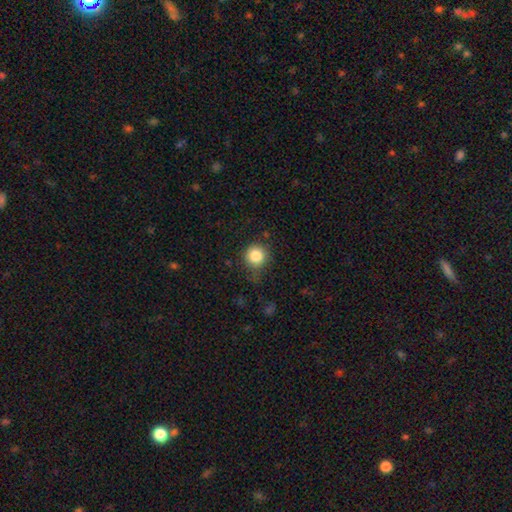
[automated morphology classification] Smooth or featured: smooth — 84% (star or artifact — 11%)
How rounded: round — 92% (in between — 7%)
Merging: none — 73% (minor disturbance — 20%)